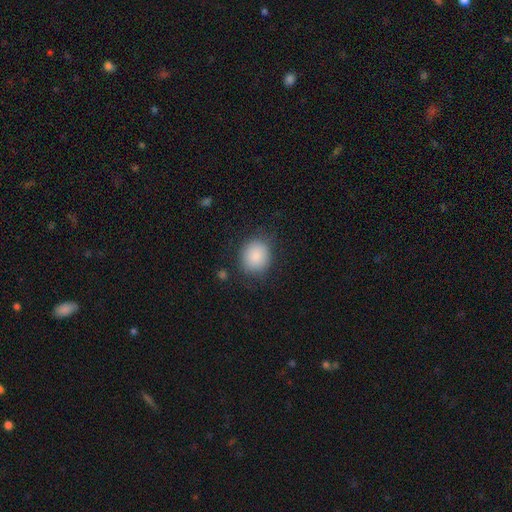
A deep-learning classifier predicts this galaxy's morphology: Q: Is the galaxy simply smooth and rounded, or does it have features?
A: smooth — 87%.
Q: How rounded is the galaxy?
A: round — 74%.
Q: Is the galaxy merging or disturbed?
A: none — 79%.